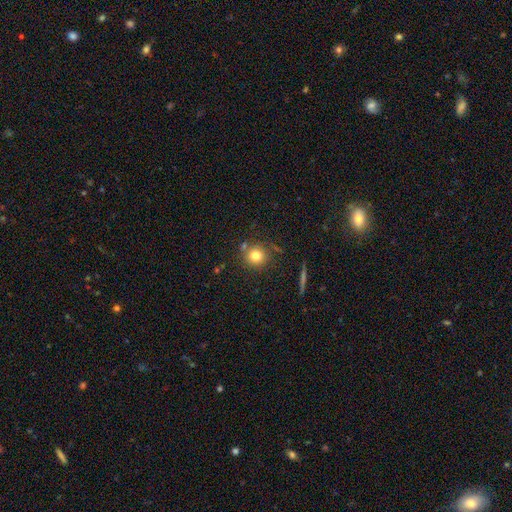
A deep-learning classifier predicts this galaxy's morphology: Overall: smooth (78%). How rounded: round (92%). Merging: none (77%).